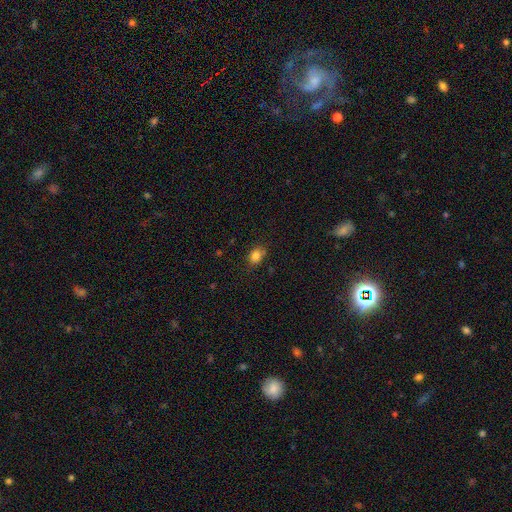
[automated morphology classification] Q: Smooth or featured?
A: smooth (82%); runner-up: star or artifact (11%)
Q: How rounded?
A: in between (60%); runner-up: round (39%)
Q: Merging?
A: none (77%); runner-up: minor disturbance (17%)